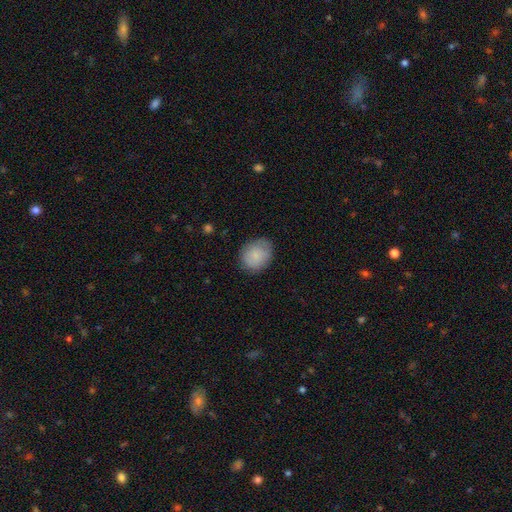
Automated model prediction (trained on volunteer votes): The model was most divided on "how rounded": round: 58%, in between: 41%, cigar-shaped: 1%. More confident: smooth or featured — smooth (82%); merging — none (76%).